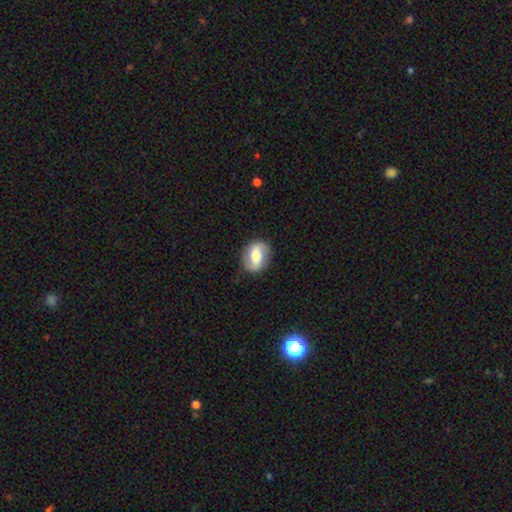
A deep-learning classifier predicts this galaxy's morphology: Smooth or featured? featured or disk (56%)
Edge-on disk? no (95%)
Bar? strong (39%)
Spiral arms? yes (75%)
Bulge size? moderate (62%)
Merging? none (83%)